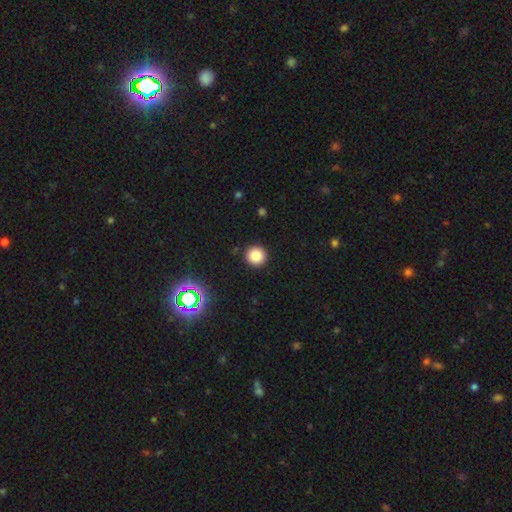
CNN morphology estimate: This appears to be a smooth galaxy with no disk features (83%) that is round (95%). Merging: none (92%).